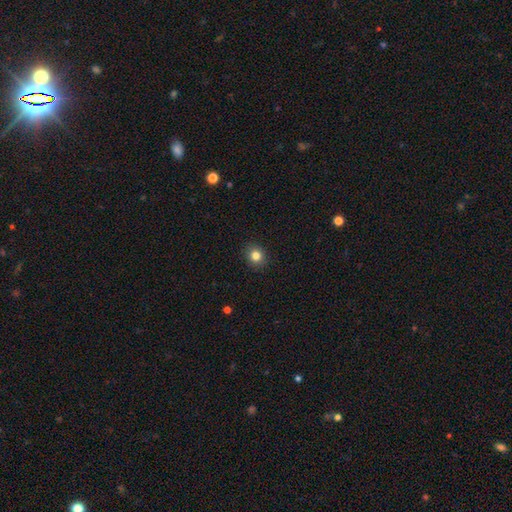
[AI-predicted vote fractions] A smooth galaxy with no disk features (82%) that is round (83%). Merging: none (91%).